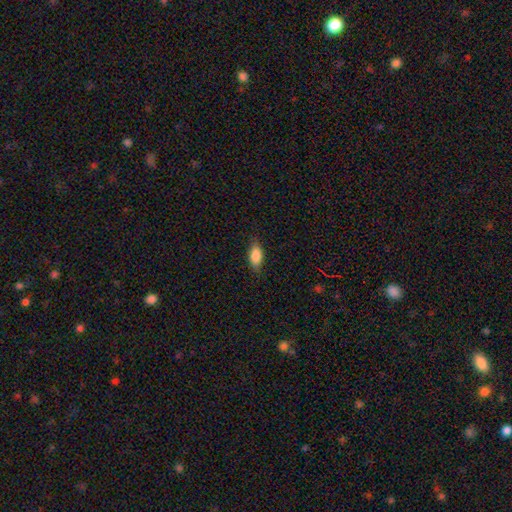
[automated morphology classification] Smooth or featured?
  - smooth: 83% *
  - featured or disk: 10%
  - star or artifact: 7%
How rounded?
  - in between: 84% *
  - cigar-shaped: 12%
  - round: 4%
Merging?
  - none: 81% *
  - minor disturbance: 15%
  - major disturbance: 3%
  - merger: 1%